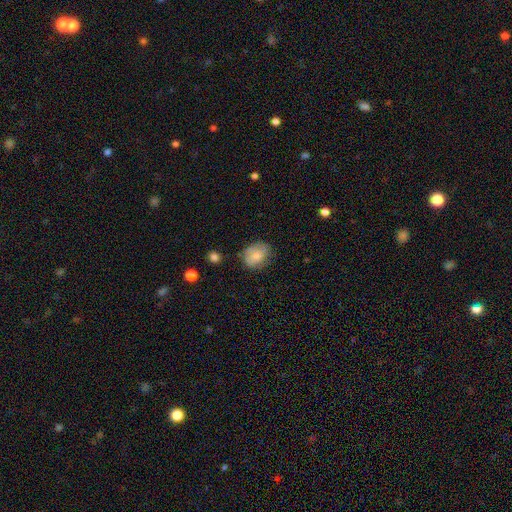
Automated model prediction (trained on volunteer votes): Smooth or featured: smooth — 74% (featured or disk — 18%)
How rounded: in between — 59% (round — 40%)
Merging: none — 64% (minor disturbance — 26%)